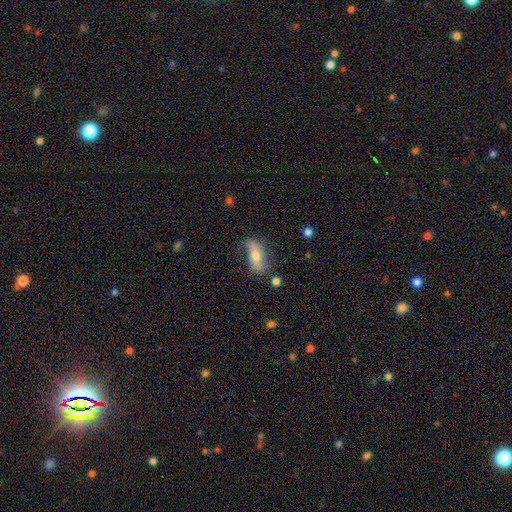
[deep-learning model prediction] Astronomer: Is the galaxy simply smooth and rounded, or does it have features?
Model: featured or disk — 53% (runner-up: smooth, 39%).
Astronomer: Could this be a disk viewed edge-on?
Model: no — 75%.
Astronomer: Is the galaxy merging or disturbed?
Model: none — 65%.